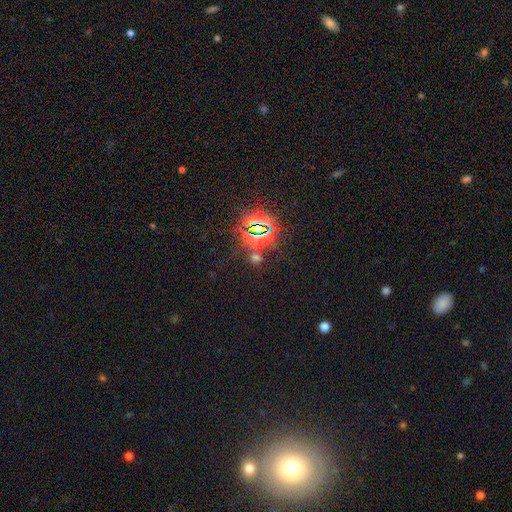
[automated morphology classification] A star or artifact, not a galaxy (78%).